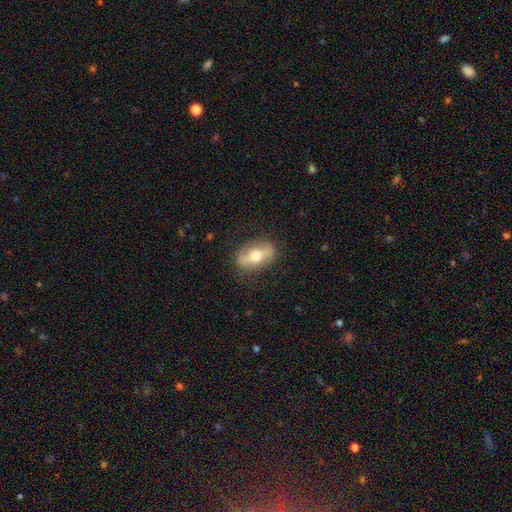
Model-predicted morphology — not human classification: Smooth or featured: featured or disk — 51% (smooth — 43%)
Edge-on disk: no — 53% (yes — 47%)
Merging: none — 84% (minor disturbance — 12%)